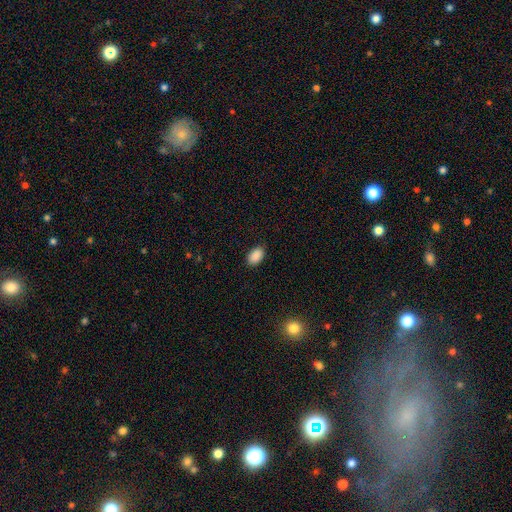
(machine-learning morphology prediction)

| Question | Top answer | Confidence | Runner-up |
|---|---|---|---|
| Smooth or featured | smooth | 90% | star or artifact (8%) |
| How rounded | in between | 90% | round (8%) |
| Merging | none | 88% | minor disturbance (9%) |